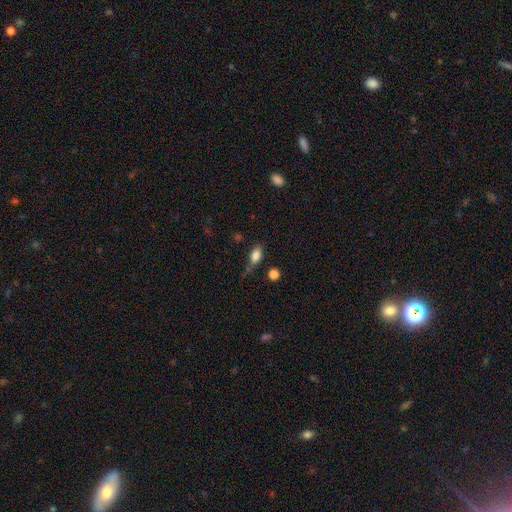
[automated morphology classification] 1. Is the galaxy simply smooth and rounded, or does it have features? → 82% smooth, 10% star or artifact, 9% featured or disk.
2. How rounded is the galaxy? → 84% in between, 9% round, 6% cigar-shaped.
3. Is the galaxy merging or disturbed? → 51% none, 27% minor disturbance, 15% major disturbance, 8% merger.